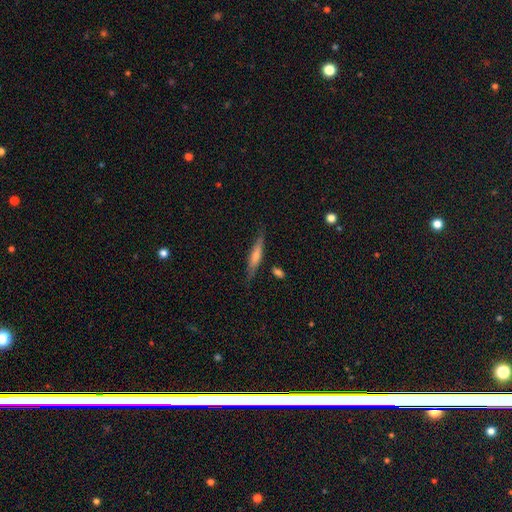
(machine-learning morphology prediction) Smooth or featured? Predicted: featured or disk (p=0.50). Edge-on disk? Predicted: yes (p=0.94). Merging? Predicted: none (p=0.84).